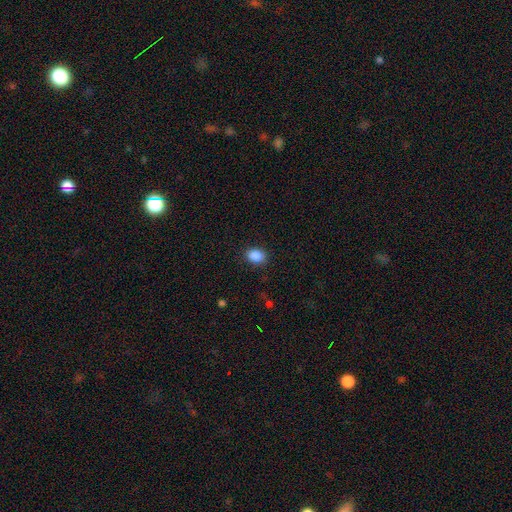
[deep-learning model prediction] smooth 88%, star or artifact 8%, featured or disk 3%. Down the decision tree: how rounded — in between (63%); merging — none (87%).